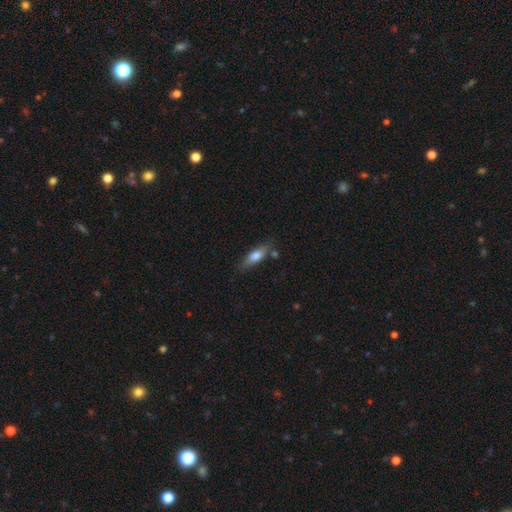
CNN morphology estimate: Smooth or featured? smooth (69%)
How rounded? in between (52%)
Merging? none (74%)